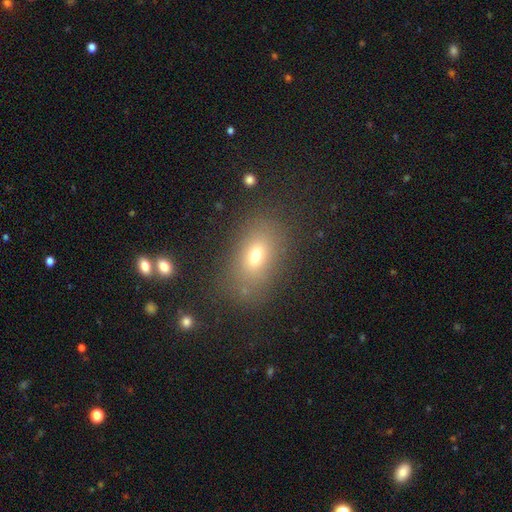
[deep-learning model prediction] Smooth or featured? Predicted: smooth (p=0.69). How rounded? Predicted: in between (p=0.81). Merging? Predicted: none (p=0.79).